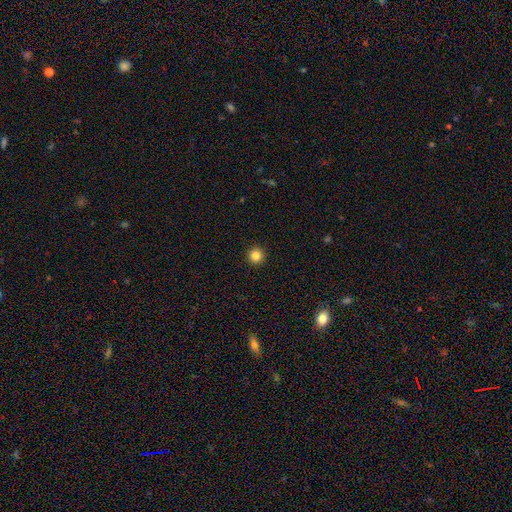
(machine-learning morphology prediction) Overall: smooth (84%). How rounded: round (96%). Merging: none (93%).